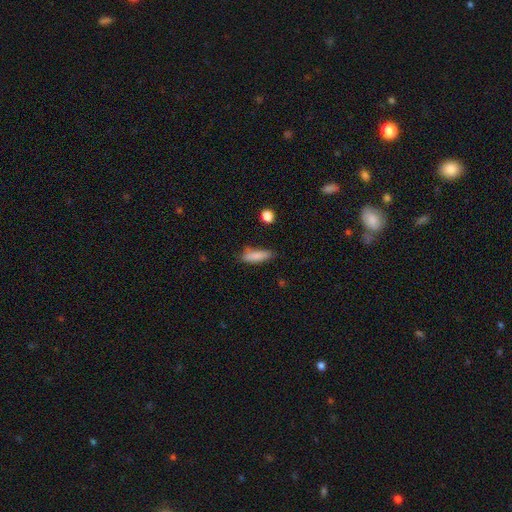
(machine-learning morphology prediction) Smooth or featured: smooth — 84% (featured or disk — 8%)
How rounded: in between — 49% (tied with cigar-shaped — 49%)
Merging: none — 68% (minor disturbance — 24%)